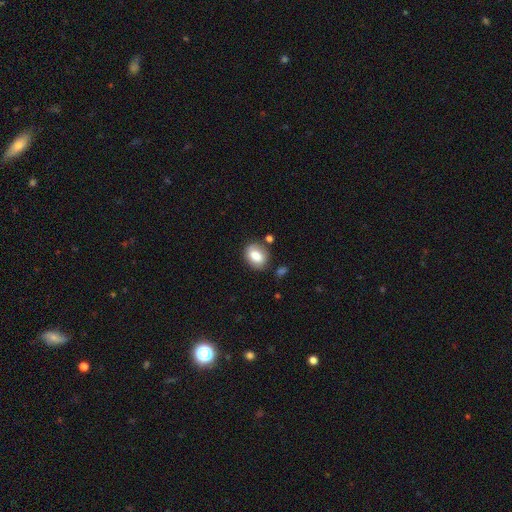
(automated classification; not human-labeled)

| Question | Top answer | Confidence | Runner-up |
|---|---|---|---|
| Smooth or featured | smooth | 79% | featured or disk (13%) |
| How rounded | in between | 66% | round (33%) |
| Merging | none | 77% | minor disturbance (14%) |